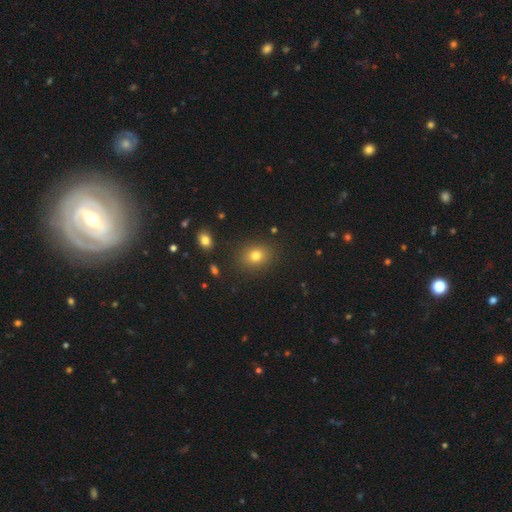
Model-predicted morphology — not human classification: A smooth galaxy with no disk features (78%) that is round (50%).

Vote fractions:
- Smooth or featured? smooth: 78% / star or artifact: 14% / featured or disk: 8%
- How rounded? round: 50% / in between: 49% / cigar-shaped: 1%
- Merging? none: 87% / minor disturbance: 8% / major disturbance: 3% / merger: 2%